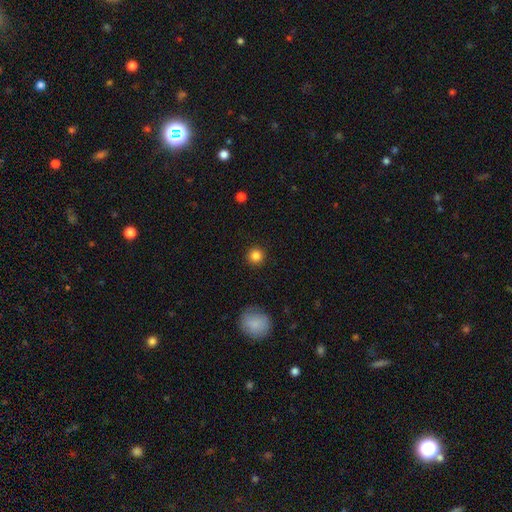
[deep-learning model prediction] Smooth or featured: smooth — 85% (star or artifact — 11%)
How rounded: round — 95% (in between — 4%)
Merging: none — 91% (minor disturbance — 5%)